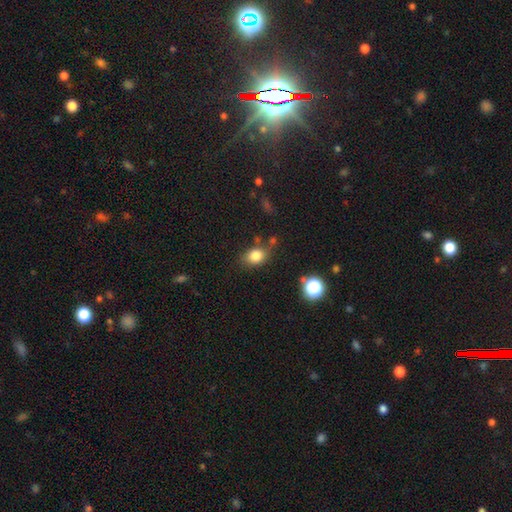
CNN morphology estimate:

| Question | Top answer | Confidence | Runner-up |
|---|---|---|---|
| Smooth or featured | smooth | 82% | star or artifact (11%) |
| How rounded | in between | 65% | round (34%) |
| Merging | none | 68% | minor disturbance (19%) |